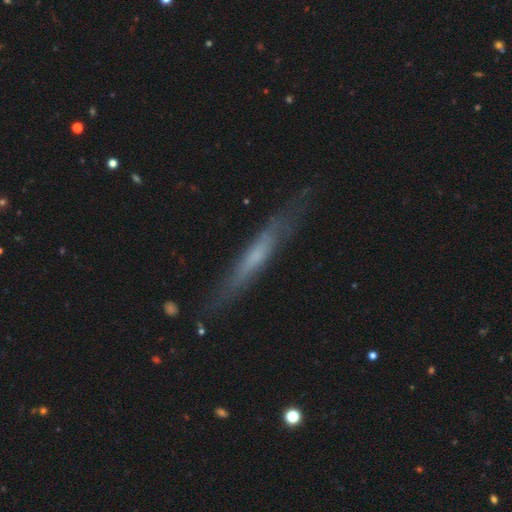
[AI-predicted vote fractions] This is possibly a featured or disk galaxy (51%). It is clearly viewed edge-on (83%). Merging: likely none (76%).